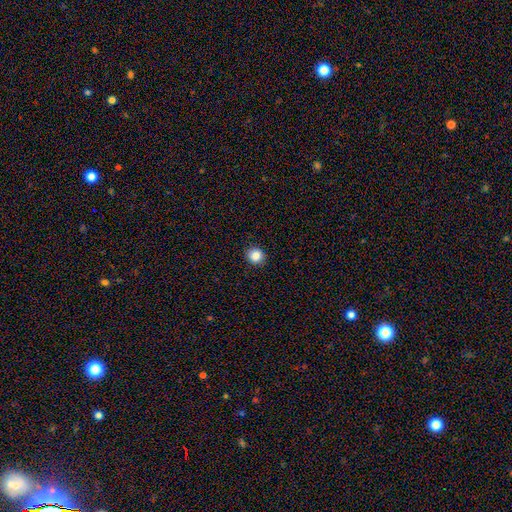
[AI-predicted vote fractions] Smooth or featured?
  - smooth: 86% *
  - star or artifact: 10%
  - featured or disk: 4%
How rounded?
  - round: 88% *
  - in between: 11%
  - cigar-shaped: 1%
Merging?
  - none: 92% *
  - minor disturbance: 5%
  - major disturbance: 2%
  - merger: 1%